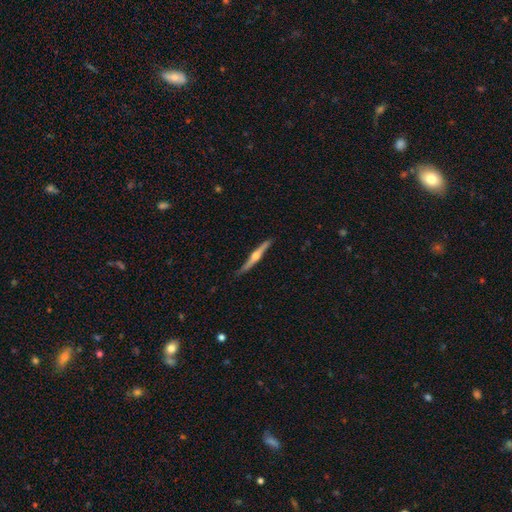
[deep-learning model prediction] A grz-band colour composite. It shows a featured or disk galaxy (74%) viewed edge-on (98%) with a rounded central bulge (93%). Merging: none (85%).